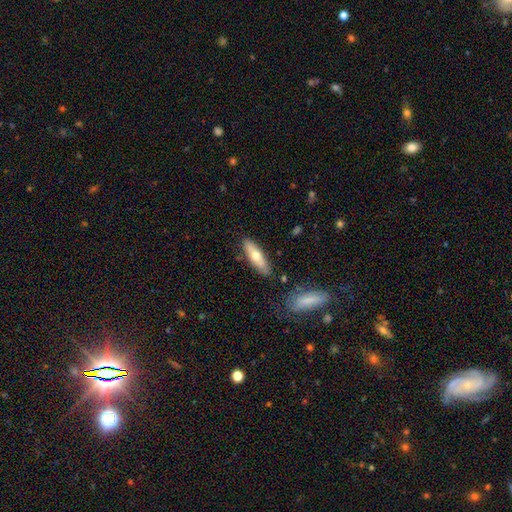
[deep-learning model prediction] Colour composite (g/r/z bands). It shows a smooth galaxy with no disk features (60%) that is cigar-shaped (54%). Merging: none (84%).